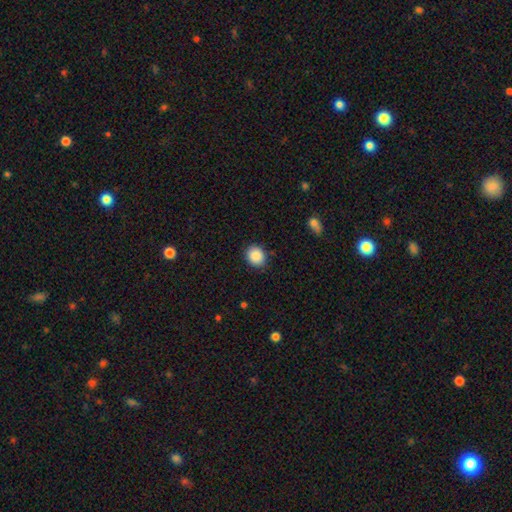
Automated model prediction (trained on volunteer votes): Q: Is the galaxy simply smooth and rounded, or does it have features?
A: smooth — 88%.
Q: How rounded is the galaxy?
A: round — 66%.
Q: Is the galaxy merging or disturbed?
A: none — 87%.